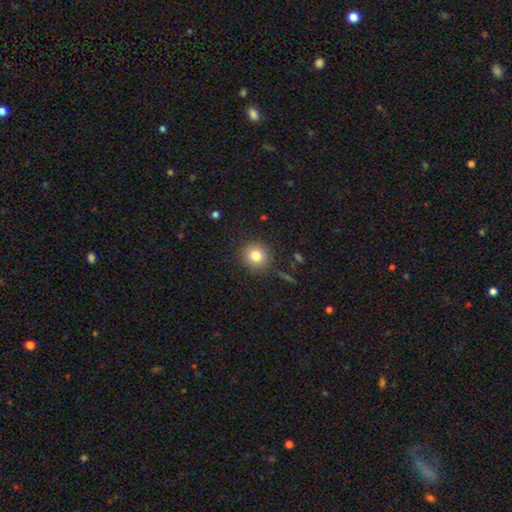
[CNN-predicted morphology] This appears to be a smooth galaxy with no disk features (81%) that is round (90%). Merging: none (87%).